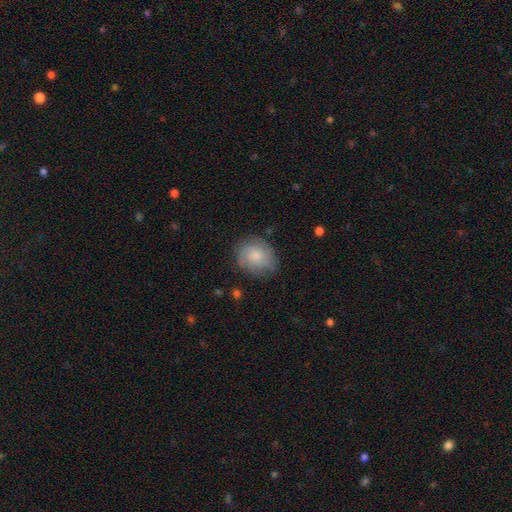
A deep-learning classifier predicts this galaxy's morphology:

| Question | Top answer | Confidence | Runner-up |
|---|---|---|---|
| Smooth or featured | smooth | 71% | featured or disk (22%) |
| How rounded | round | 58% | in between (41%) |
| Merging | none | 71% | minor disturbance (21%) |